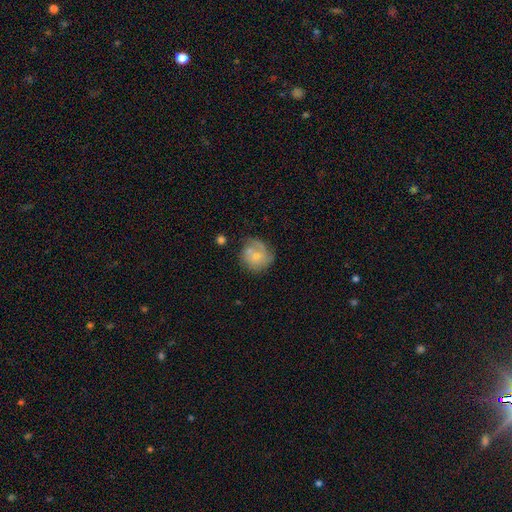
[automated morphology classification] A featured or disk galaxy (47%).

Vote fractions:
- Smooth or featured? featured or disk: 47% / smooth: 46% / star or artifact: 8%
- Merging? none: 53% / minor disturbance: 23% / merger: 14% / major disturbance: 11%